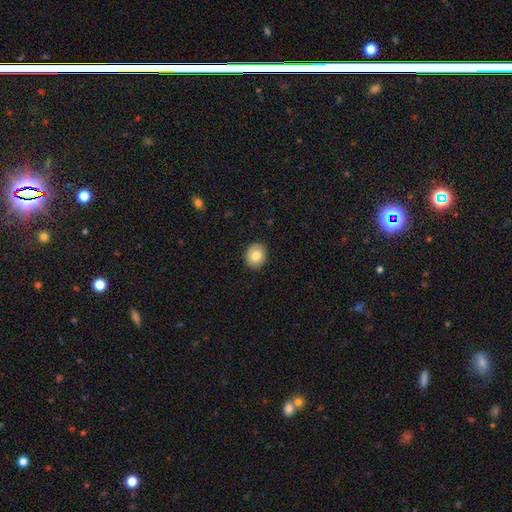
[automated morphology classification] Smooth or featured? Predicted: smooth (p=0.81). How rounded? Predicted: round (p=0.64). Merging? Predicted: none (p=0.90).